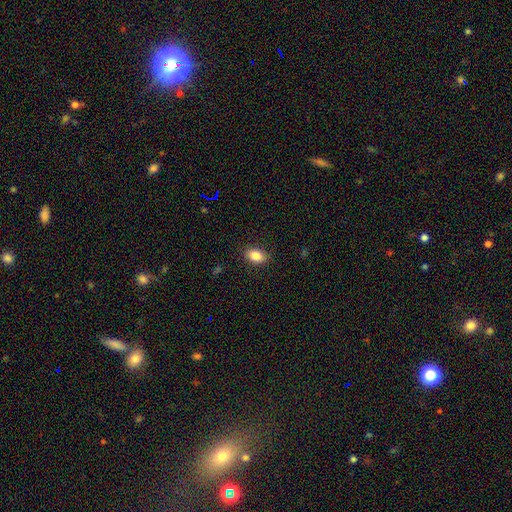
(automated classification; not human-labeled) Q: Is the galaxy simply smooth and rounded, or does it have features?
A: smooth — 85%.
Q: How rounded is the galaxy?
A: in between — 85%.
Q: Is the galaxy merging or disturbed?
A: none — 87%.